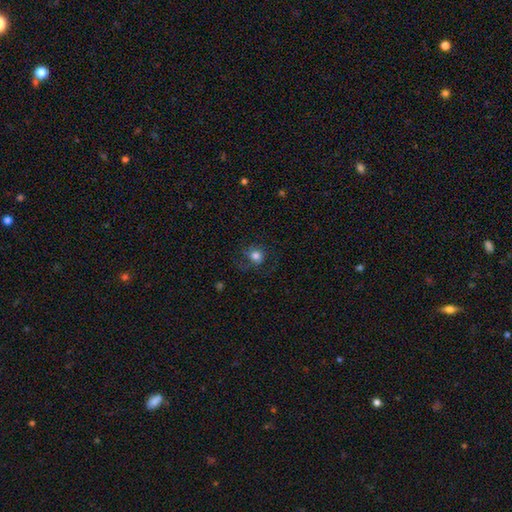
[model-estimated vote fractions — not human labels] Overall: smooth (72%). How rounded: round (83%). Merging: none (63%).